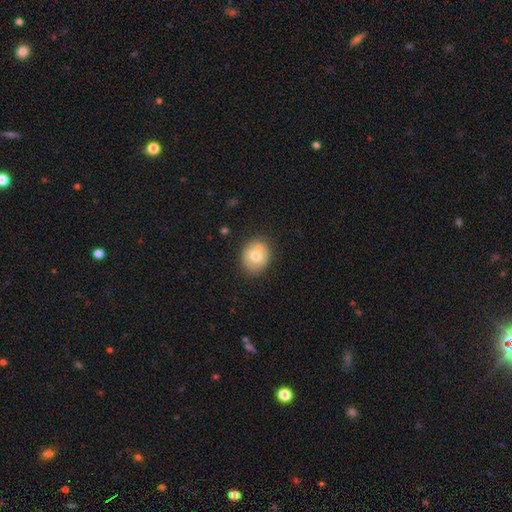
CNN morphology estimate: Smooth or featured? Predicted: smooth (p=0.65). How rounded? Predicted: round (p=0.69). Merging? Predicted: none (p=0.70).